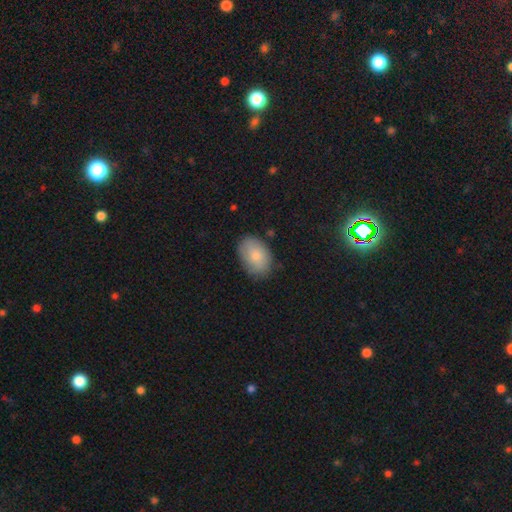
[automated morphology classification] Smooth or featured? smooth (79%)
How rounded? in between (85%)
Merging? none (79%)